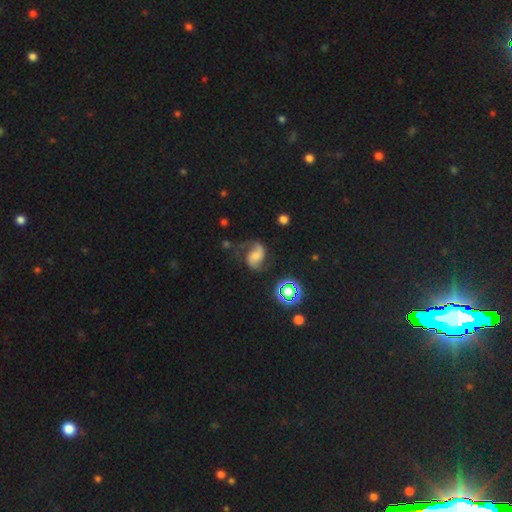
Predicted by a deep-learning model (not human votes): A featured or disk galaxy (78%) with no bar (50%), 2 (84%) medium (45%) spiral arms (96%) and a small central bulge (37%).

Vote fractions:
- Smooth or featured? featured or disk: 78% / smooth: 12% / star or artifact: 10%
- Edge-on disk? no: 98% / yes: 2%
- Bar? no: 50% / weak: 37% / strong: 13%
- Spiral arms? yes: 96% / no: 4%
- Spiral winding? medium: 45% / loose: 43% / tight: 12%
- Spiral arm count? 2: 84% / 1: 9% / can't tell: 3% / 3: 1% / 4: 1% / more than 4: 1%
- Bulge size? small: 37% / moderate: 31% / none: 19% / large: 11% / dominant: 3%
- Merging? none: 58% / minor disturbance: 20% / major disturbance: 19% / merger: 3%